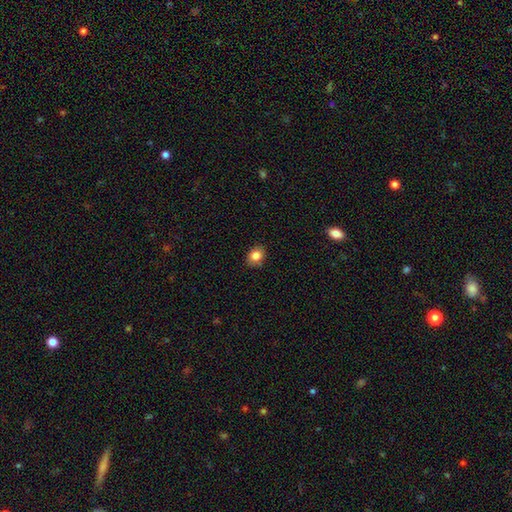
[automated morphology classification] smooth_or_featured: smooth (p=0.84) [alt: star or artifact p=0.10]
how_rounded: round (p=0.55) [alt: in between p=0.44]
merging: none (p=0.87) [alt: minor disturbance p=0.10]